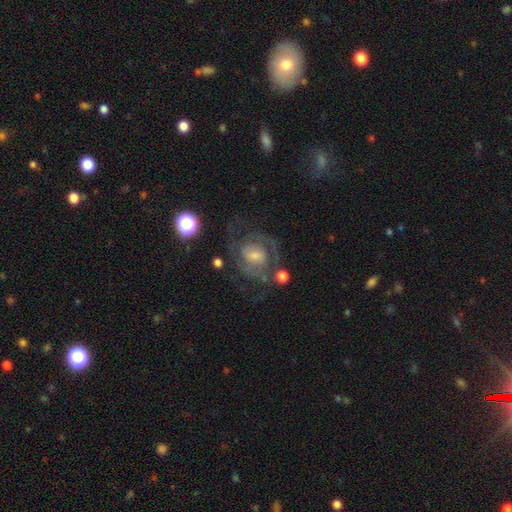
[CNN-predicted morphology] Overall: featured or disk (74%). Edge-on disk: no (97%). Bar: no (47%; weak 44%). Spiral arms: yes (84%). Spiral arm count: 2 (45%; can't tell 31%). Spiral winding: medium (44%; tight 42%). Bulge size: small (47%; moderate 40%). Merging: none (61%).